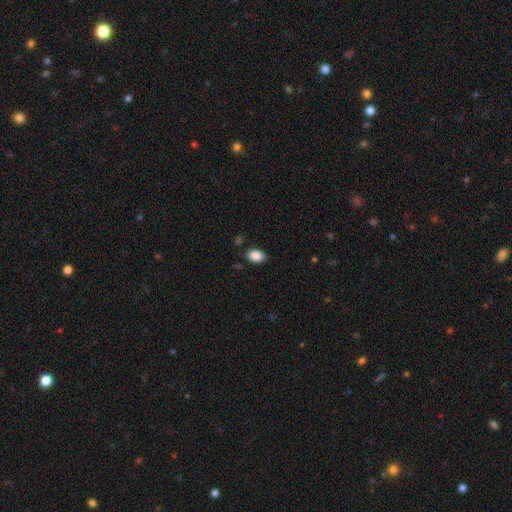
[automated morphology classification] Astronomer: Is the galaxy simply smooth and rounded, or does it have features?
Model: smooth — 88%.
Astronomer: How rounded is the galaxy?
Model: in between — 85%.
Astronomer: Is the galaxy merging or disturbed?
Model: none — 84%.